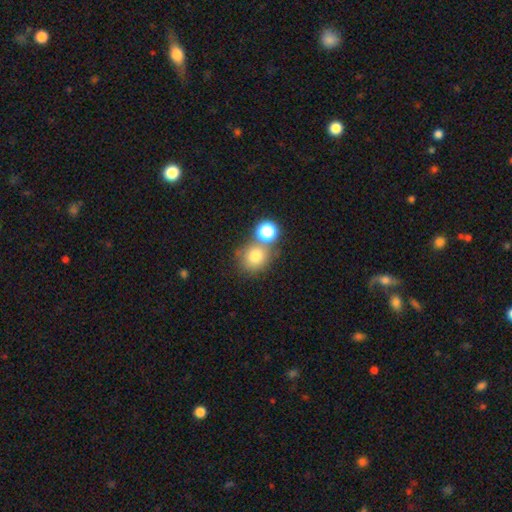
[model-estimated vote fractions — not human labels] smooth-or-featured: smooth: 76% | star or artifact: 15% | featured or disk: 10%
  how-rounded: round: 84% | in between: 15% | cigar-shaped: 1%
  merging: none: 58% | merger: 27% | minor disturbance: 10% | major disturbance: 4%